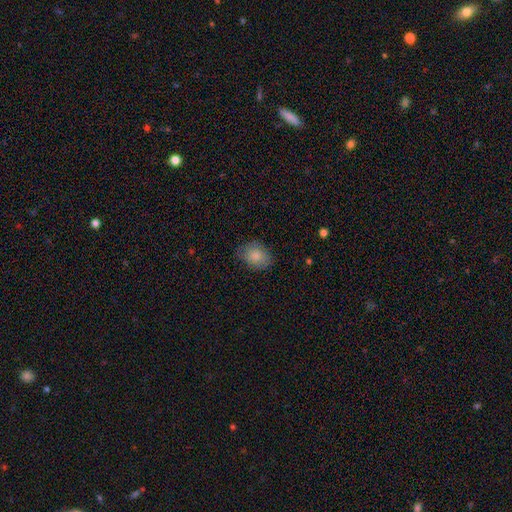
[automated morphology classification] smooth_or_featured: smooth (p=0.84) [alt: featured or disk p=0.09]
how_rounded: in between (p=0.61) [alt: round p=0.38]
merging: none (p=0.75) [alt: minor disturbance p=0.20]